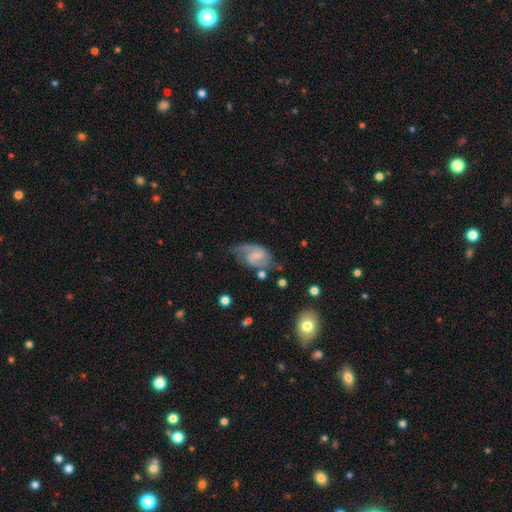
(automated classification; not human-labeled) A featured or disk galaxy (81%) with a weak bar (56%), 2 (87%) medium (53%) spiral arms (95%) and a small central bulge (52%).

Vote fractions:
- Smooth or featured? featured or disk: 81% / smooth: 13% / star or artifact: 6%
- Edge-on disk? no: 97% / yes: 3%
- Bar? weak: 56% / no: 28% / strong: 16%
- Spiral arms? yes: 95% / no: 5%
- Spiral winding? medium: 53% / loose: 26% / tight: 21%
- Spiral arm count? 2: 87% / can't tell: 5% / 1: 4% / 3: 2% / 4: 1% / more than 4: 1%
- Bulge size? small: 52% / none: 25% / moderate: 20% / large: 2% / dominant: 1%
- Merging? none: 62% / minor disturbance: 23% / major disturbance: 11% / merger: 4%